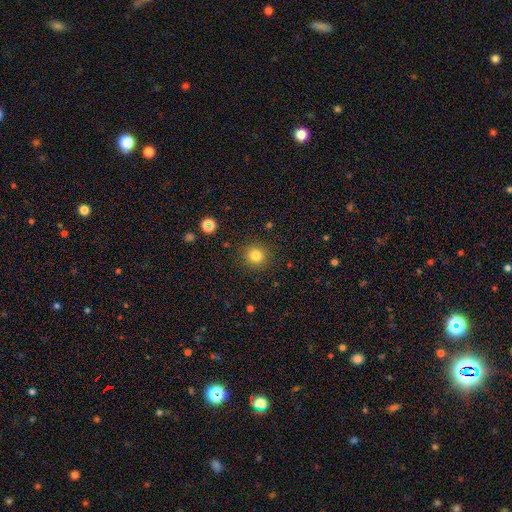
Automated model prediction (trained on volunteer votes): Overall: smooth (81%). How rounded: round (92%). Merging: none (89%).